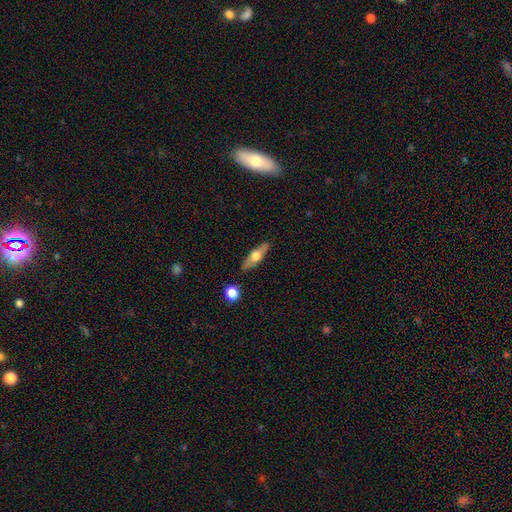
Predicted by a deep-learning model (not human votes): smooth_or_featured: featured or disk (p=0.48) [alt: smooth p=0.45]
merging: none (p=0.85) [alt: minor disturbance p=0.10]